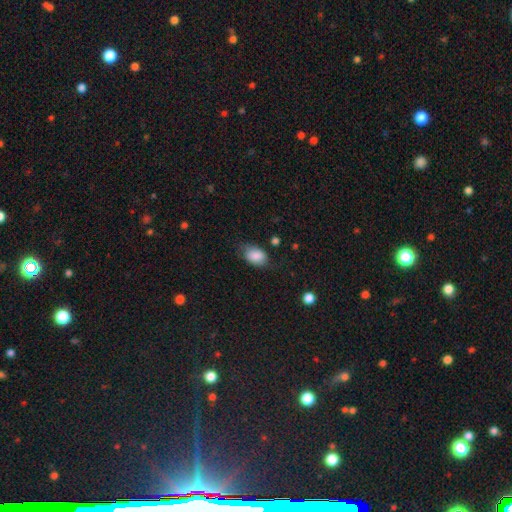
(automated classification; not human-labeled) Smooth or featured? Predicted: smooth (p=0.85). How rounded? Predicted: in between (p=0.83). Merging? Predicted: none (p=0.63).